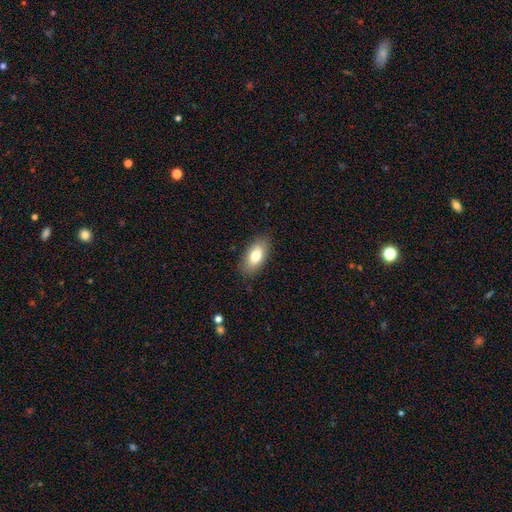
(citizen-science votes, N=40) Smooth or featured? smooth (88%)
How rounded? in between (89%)
Merging? none (84%)